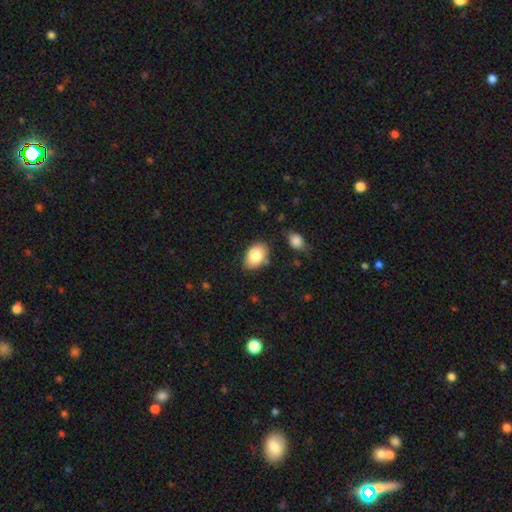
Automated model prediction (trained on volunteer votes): This appears to be a smooth galaxy with no disk features (81%) that is in between round and cigar-shaped (86%). Merging: none (74%).